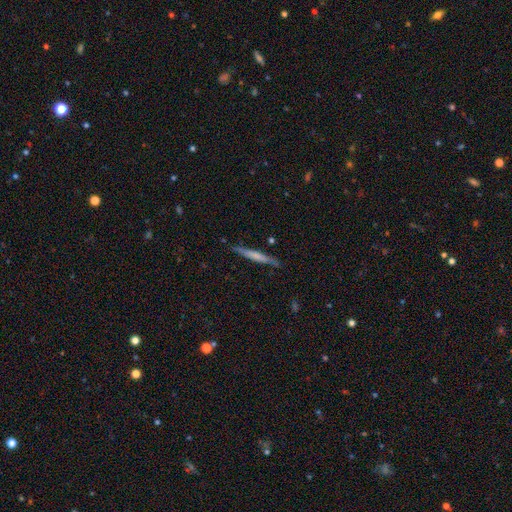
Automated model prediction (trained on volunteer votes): A smooth galaxy with no disk features (52%) that is cigar-shaped (95%).

Vote fractions:
- Smooth or featured? smooth: 52% / featured or disk: 43% / star or artifact: 6%
- How rounded? cigar-shaped: 95% / in between: 3% / round: 1%
- Merging? none: 84% / minor disturbance: 12% / major disturbance: 2% / merger: 2%